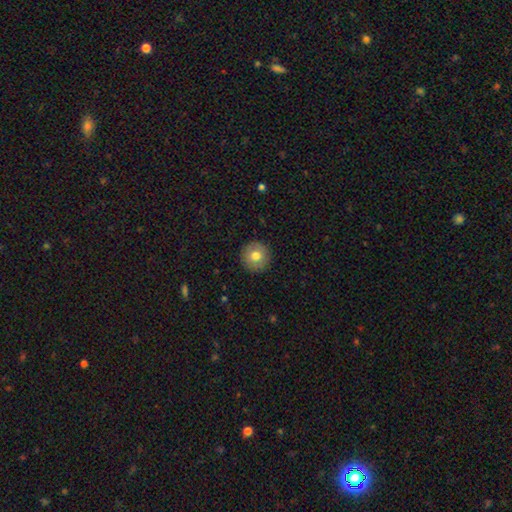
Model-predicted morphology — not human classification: This appears to be a smooth galaxy with no disk features (78%) that is round (96%). Merging: none (92%).